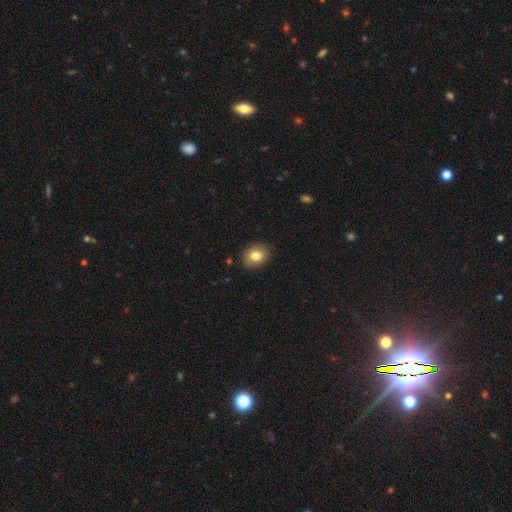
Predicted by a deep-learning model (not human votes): A smooth galaxy with no disk features (81%) that is in between round and cigar-shaped (53%).

Vote fractions:
- Smooth or featured? smooth: 81% / featured or disk: 10% / star or artifact: 9%
- How rounded? in between: 53% / round: 46% / cigar-shaped: 1%
- Merging? none: 88% / minor disturbance: 9% / major disturbance: 2% / merger: 1%